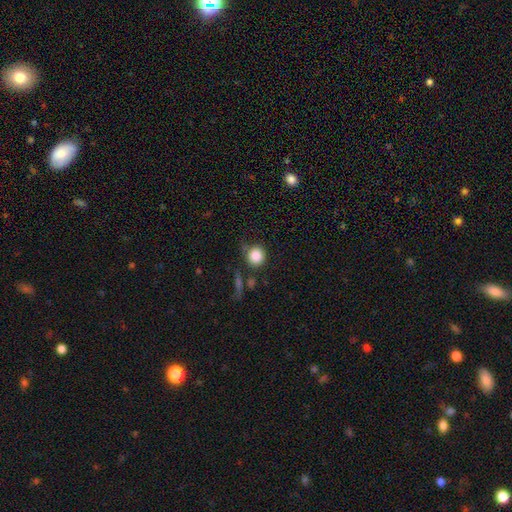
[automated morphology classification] Smooth or featured: smooth — 86% (star or artifact — 9%)
How rounded: round — 92% (in between — 7%)
Merging: none — 72% (minor disturbance — 15%)